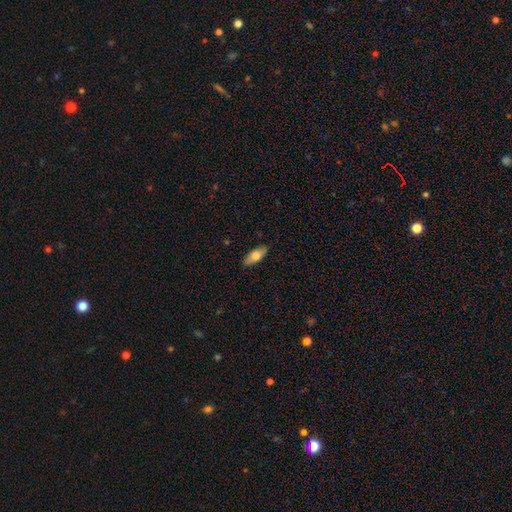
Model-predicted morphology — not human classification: A smooth galaxy with no disk features (69%) that is in between round and cigar-shaped (74%).

Vote fractions:
- Smooth or featured? smooth: 69% / featured or disk: 25% / star or artifact: 6%
- How rounded? in between: 74% / cigar-shaped: 23% / round: 2%
- Merging? none: 87% / minor disturbance: 10% / major disturbance: 2% / merger: 1%